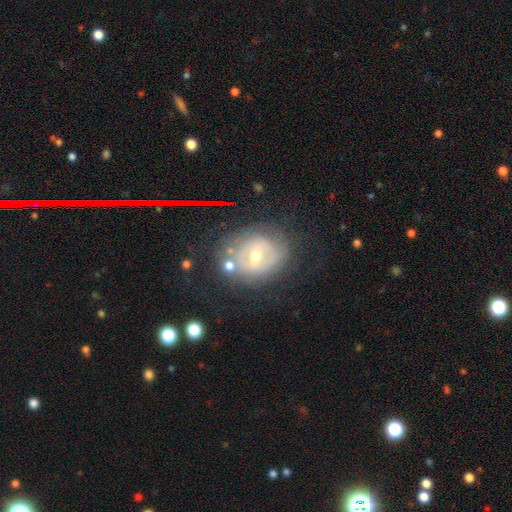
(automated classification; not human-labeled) This appears to be a featured or disk galaxy (70%) with a weak bar (42%), spiral arms (54%) and a moderate central bulge (62%). Merging: none (66%).